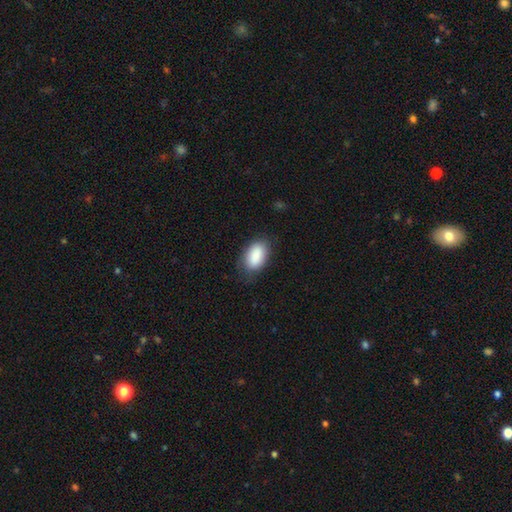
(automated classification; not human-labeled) smooth-or-featured: smooth: 86% | featured or disk: 8% | star or artifact: 6%
  how-rounded: in between: 92% | round: 6% | cigar-shaped: 1%
  merging: none: 74% | minor disturbance: 19% | major disturbance: 5% | merger: 1%